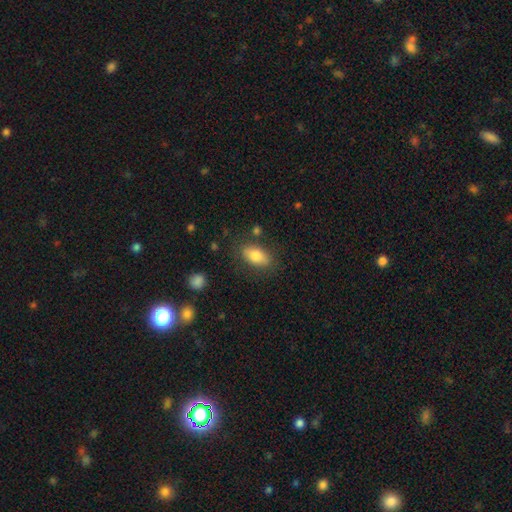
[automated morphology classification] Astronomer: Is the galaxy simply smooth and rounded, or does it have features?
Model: smooth — 79%.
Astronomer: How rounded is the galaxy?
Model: in between — 88%.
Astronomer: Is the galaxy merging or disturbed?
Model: none — 81%.